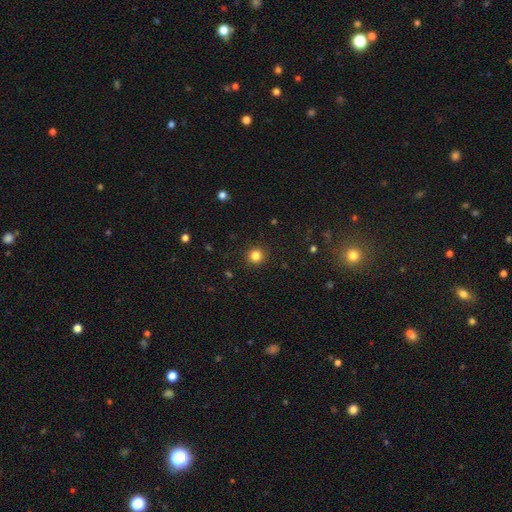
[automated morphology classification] This is clearly a smooth galaxy (84%). How rounded: clearly round (93%). Merging: clearly none (91%).